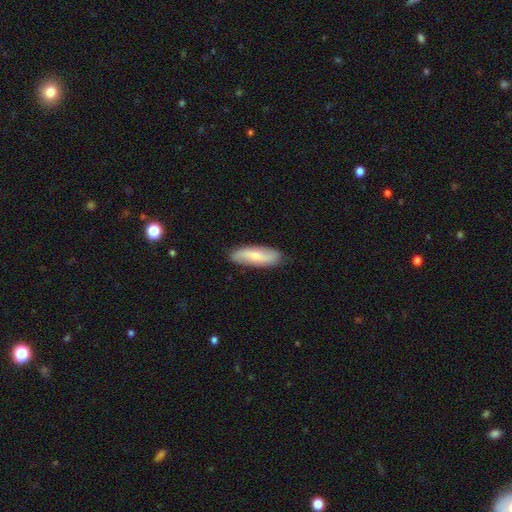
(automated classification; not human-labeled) smooth-or-featured: smooth: 61% | featured or disk: 33% | star or artifact: 6%
  how-rounded: in between: 49% | cigar-shaped: 48% | round: 2%
  merging: none: 85% | minor disturbance: 12% | major disturbance: 2% | merger: 1%